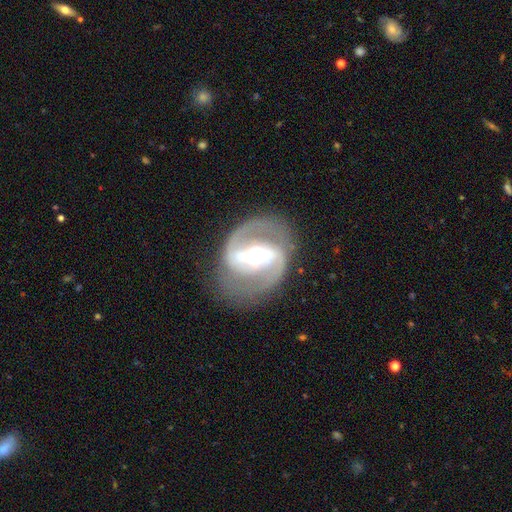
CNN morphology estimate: This appears to be a featured or disk galaxy (89%) with a strong bar (51%), 2 (92%) medium (58%) spiral arms (94%) and a moderate central bulge (57%). Merging: none (75%).